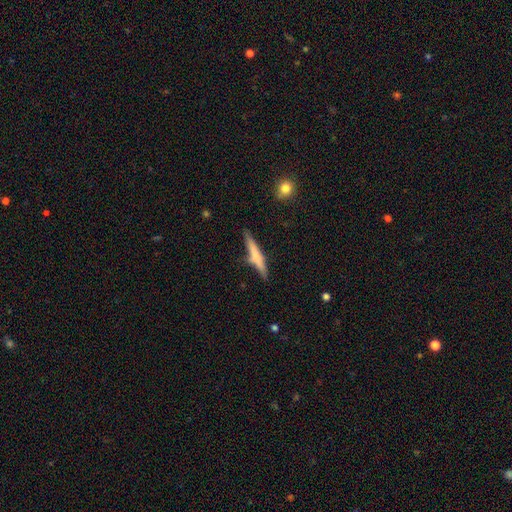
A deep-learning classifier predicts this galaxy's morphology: Overall: smooth (57%; featured or disk 37%). How rounded: cigar-shaped (92%). Merging: none (75%).